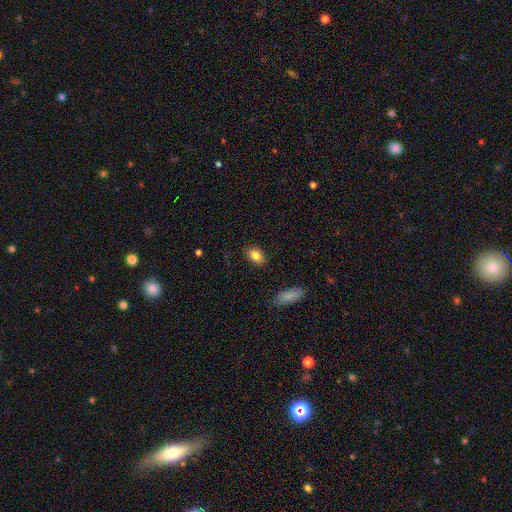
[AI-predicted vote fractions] smooth-or-featured: smooth: 84% | star or artifact: 8% | featured or disk: 8%
  how-rounded: in between: 85% | round: 13% | cigar-shaped: 2%
  merging: none: 87% | minor disturbance: 9% | major disturbance: 2% | merger: 1%